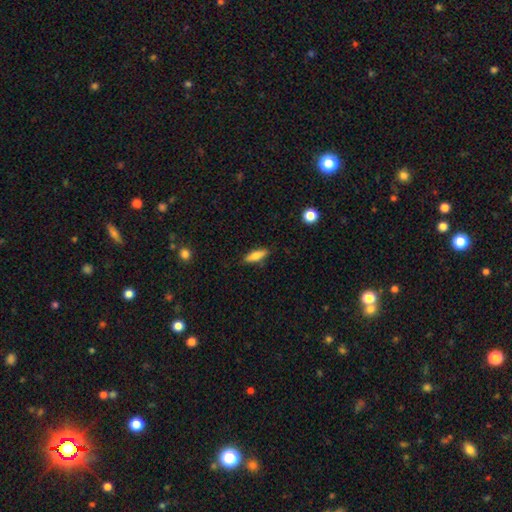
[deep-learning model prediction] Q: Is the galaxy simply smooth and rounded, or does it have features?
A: smooth — 76%.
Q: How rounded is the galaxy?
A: cigar-shaped — 50%.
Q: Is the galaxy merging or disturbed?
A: none — 86%.